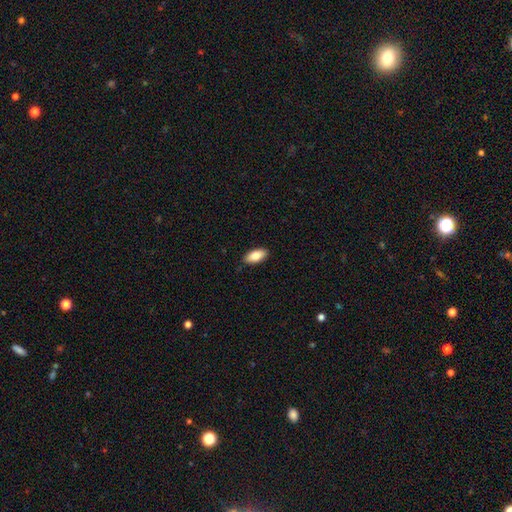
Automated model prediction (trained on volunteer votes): This appears to be a smooth galaxy with no disk features (83%) that is in between round and cigar-shaped (90%). Merging: none (89%).